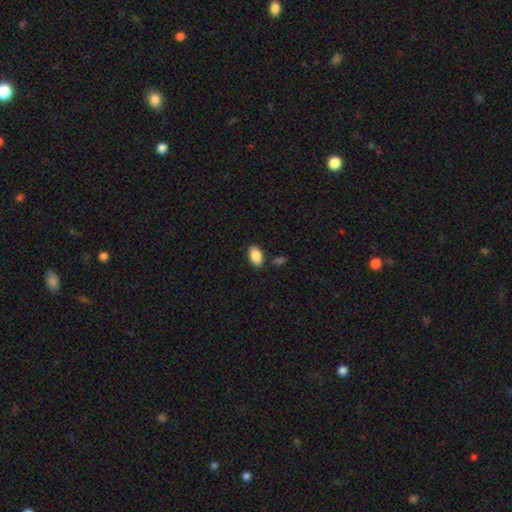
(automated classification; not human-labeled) Q: Smooth or featured?
A: smooth (87%); runner-up: star or artifact (7%)
Q: How rounded?
A: in between (93%); runner-up: round (6%)
Q: Merging?
A: none (82%); runner-up: minor disturbance (12%)